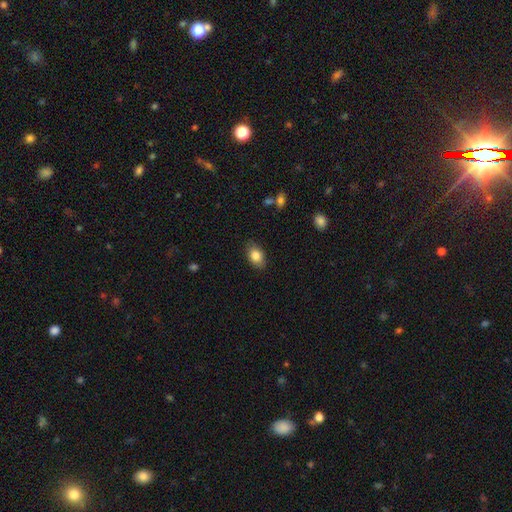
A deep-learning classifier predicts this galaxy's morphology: Overall: smooth (83%). How rounded: in between (84%). Merging: none (85%).